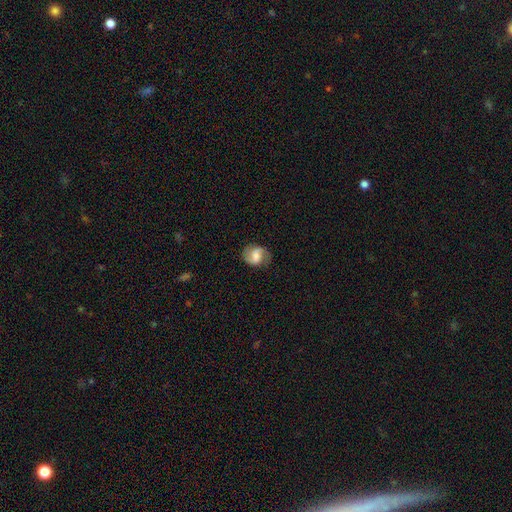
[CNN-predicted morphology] The model was most divided on "spiral winding": medium: 45%, loose: 37%, tight: 18%. Remaining: edge-on disk — no (98%); spiral arms — yes (92%); spiral arm count — 2 (88%); merging — none (79%); smooth or featured — featured or disk (65%); bulge size — moderate (49%); bar — weak (49%).